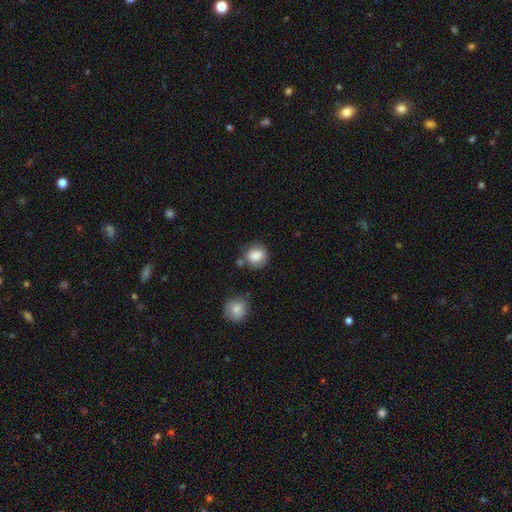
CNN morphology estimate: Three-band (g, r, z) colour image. It shows a smooth galaxy with no disk features (80%) that is round (81%). Merging: none (69%).